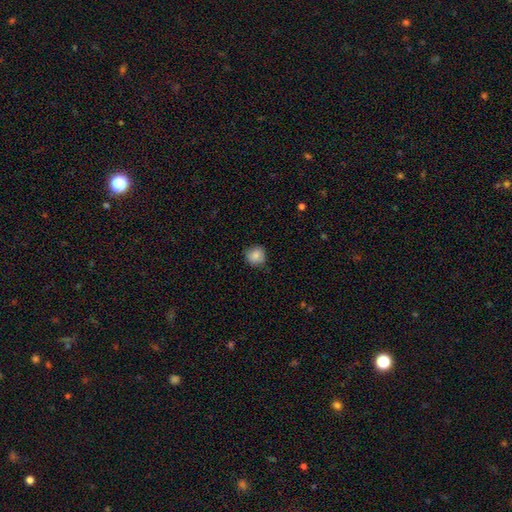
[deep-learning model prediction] smooth_or_featured: smooth (p=0.85) [alt: star or artifact p=0.08]
how_rounded: round (p=0.90) [alt: in between p=0.09]
merging: none (p=0.83) [alt: minor disturbance p=0.14]